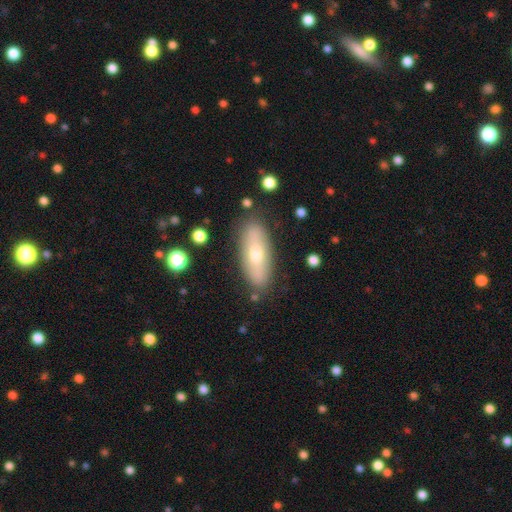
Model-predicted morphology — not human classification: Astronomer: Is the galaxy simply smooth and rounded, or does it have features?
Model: smooth — 57% (runner-up: featured or disk, 36%).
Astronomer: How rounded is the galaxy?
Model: in between — 72%.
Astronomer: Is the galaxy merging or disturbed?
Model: none — 82%.